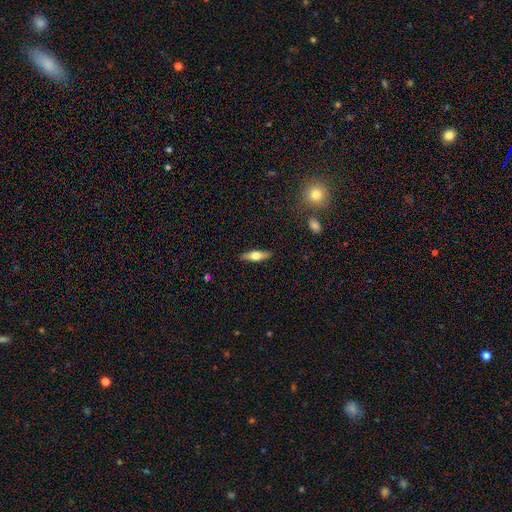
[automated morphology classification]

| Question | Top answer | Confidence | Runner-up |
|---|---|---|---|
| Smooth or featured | featured or disk | 51% | smooth (43%) |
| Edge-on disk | yes | 93% | no (7%) |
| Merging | none | 89% | minor disturbance (8%) |